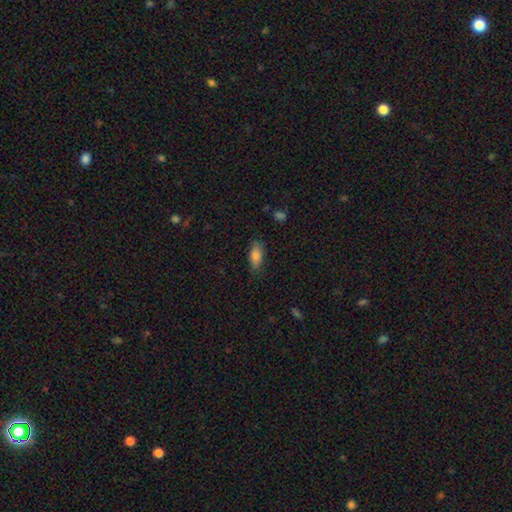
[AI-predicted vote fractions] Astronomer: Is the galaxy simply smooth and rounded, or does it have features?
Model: smooth — 82%.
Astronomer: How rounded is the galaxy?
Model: in between — 84%.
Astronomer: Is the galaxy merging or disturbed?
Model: none — 77%.